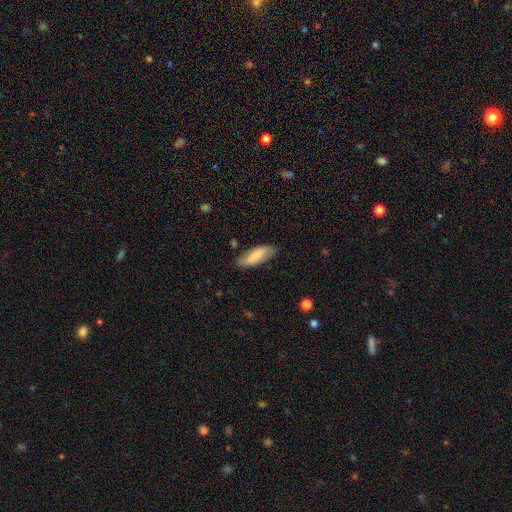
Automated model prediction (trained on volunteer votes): Overall: smooth (69%). How rounded: in between (66%; cigar-shaped 32%). Merging: none (79%).